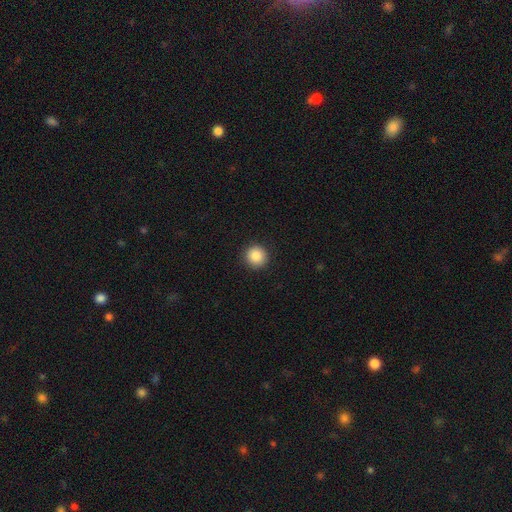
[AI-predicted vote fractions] smooth_or_featured: smooth (p=0.87) [alt: star or artifact p=0.09]
how_rounded: round (p=0.95) [alt: in between p=0.04]
merging: none (p=0.92) [alt: minor disturbance p=0.05]